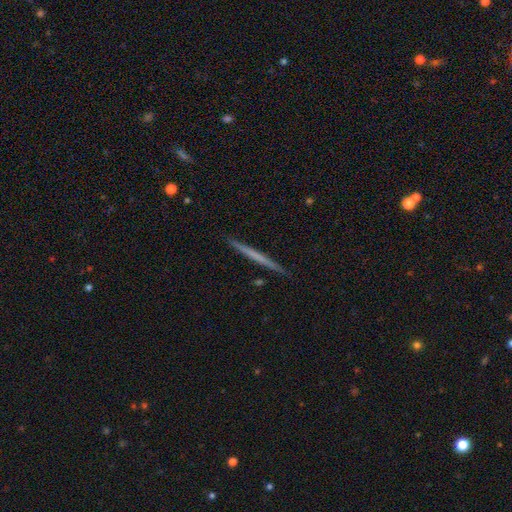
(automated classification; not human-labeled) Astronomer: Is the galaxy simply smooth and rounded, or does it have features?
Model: featured or disk — 48% (runner-up: smooth, 46%).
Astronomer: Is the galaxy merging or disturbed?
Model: none — 92%.